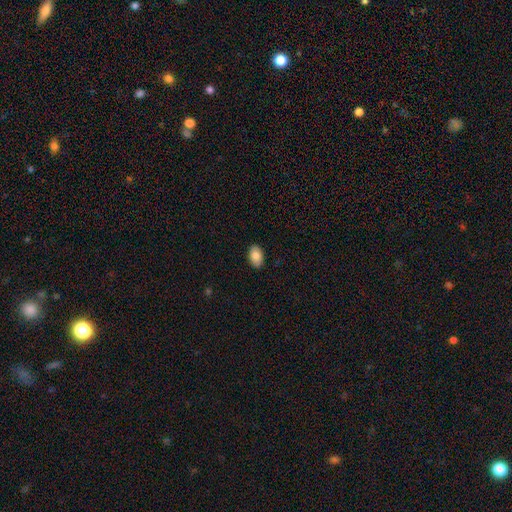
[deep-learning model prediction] Smooth or featured: smooth — 83% (featured or disk — 10%)
How rounded: in between — 91% (round — 8%)
Merging: none — 89% (minor disturbance — 9%)